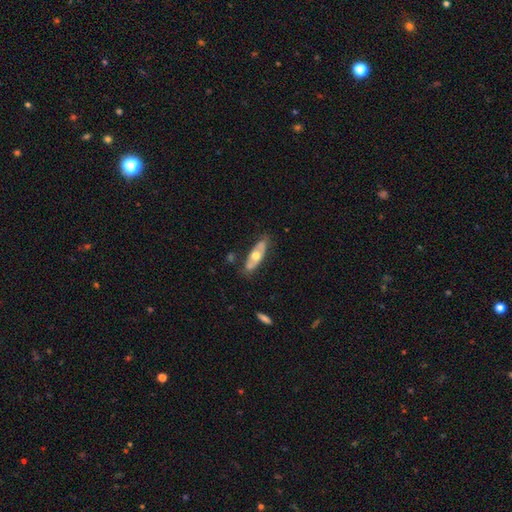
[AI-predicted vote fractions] smooth_or_featured: featured or disk (p=0.51) [alt: smooth p=0.44]
disk_edge_on: no (p=0.65) [alt: yes p=0.35]
merging: none (p=0.75) [alt: minor disturbance p=0.18]